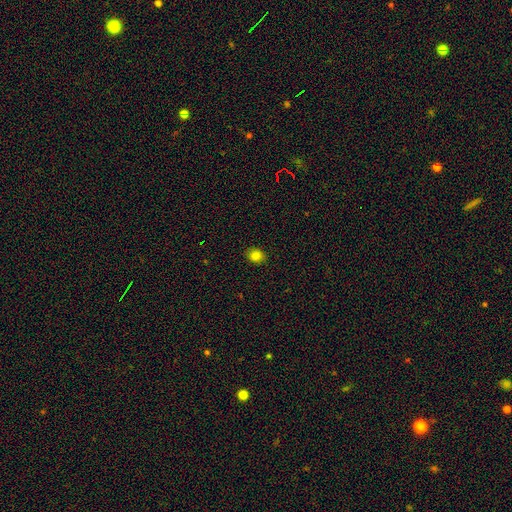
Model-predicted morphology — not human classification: type=smooth (83%); roundness=round (64%); merging=none (90%).